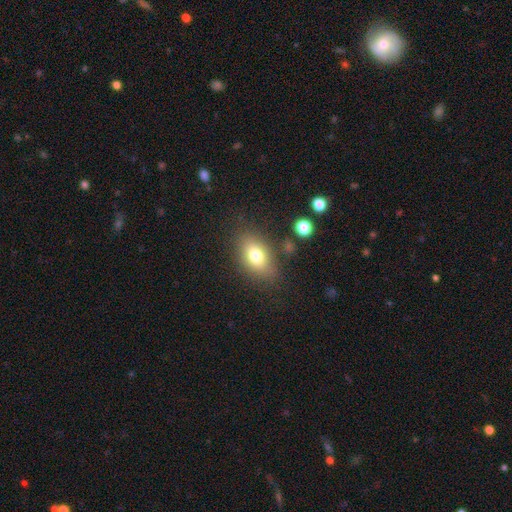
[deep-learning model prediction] Smooth or featured?
  - smooth: 76% *
  - featured or disk: 14%
  - star or artifact: 10%
How rounded?
  - in between: 84% *
  - round: 14%
  - cigar-shaped: 3%
Merging?
  - none: 78% *
  - minor disturbance: 14%
  - major disturbance: 5%
  - merger: 3%